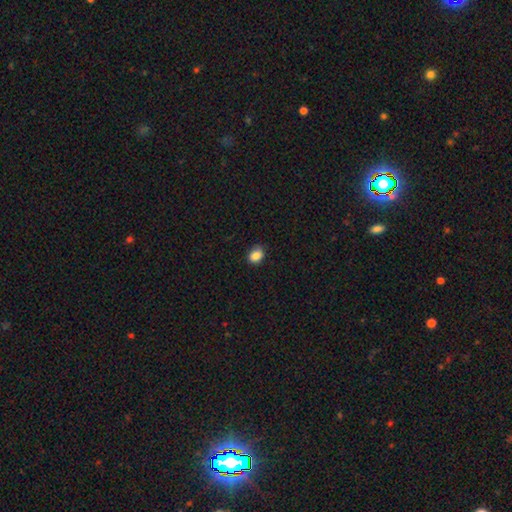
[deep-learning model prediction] Q: Smooth or featured?
A: smooth (87%); runner-up: star or artifact (10%)
Q: How rounded?
A: in between (62%); runner-up: round (37%)
Q: Merging?
A: none (77%); runner-up: minor disturbance (19%)